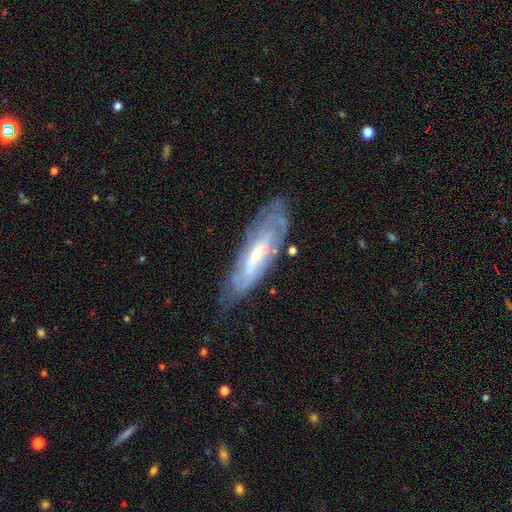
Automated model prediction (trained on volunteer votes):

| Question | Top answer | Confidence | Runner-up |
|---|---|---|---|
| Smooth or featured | featured or disk | 66% | smooth (26%) |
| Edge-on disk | no | 69% | yes (31%) |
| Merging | none | 66% | minor disturbance (23%) |